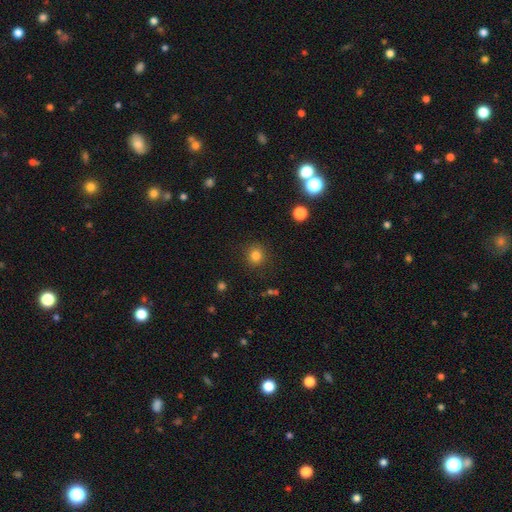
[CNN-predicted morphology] Overall: smooth (82%). How rounded: round (88%). Merging: none (88%).